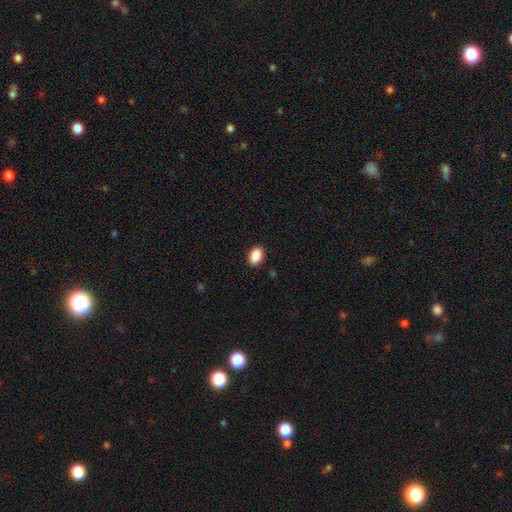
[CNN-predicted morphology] smooth_or_featured: smooth (p=0.90) [alt: star or artifact p=0.07]
how_rounded: in between (p=0.87) [alt: round p=0.12]
merging: none (p=0.90) [alt: minor disturbance p=0.07]